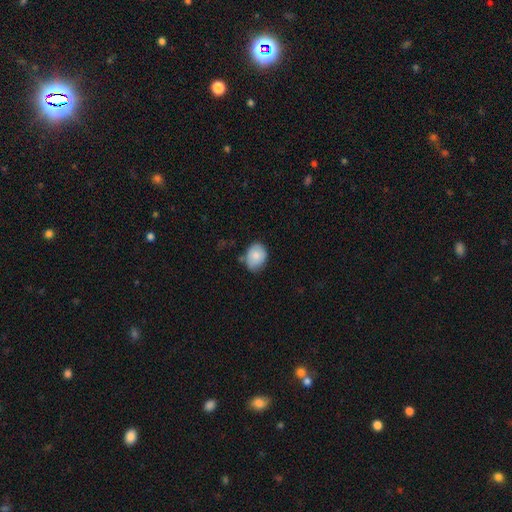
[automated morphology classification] Overall: smooth (83%). How rounded: in between (62%; round 37%). Merging: none (64%; minor disturbance 28%).